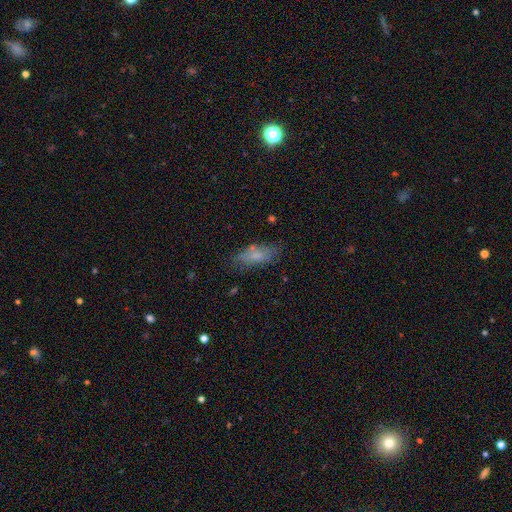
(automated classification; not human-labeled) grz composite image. It shows a smooth galaxy with no disk features (73%) that is in between round and cigar-shaped (71%). Merging: none (71%).